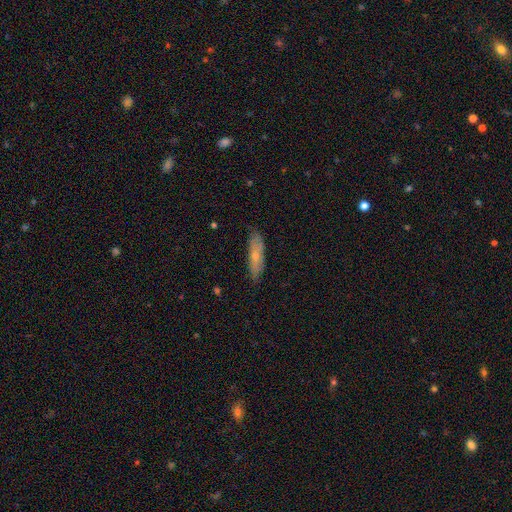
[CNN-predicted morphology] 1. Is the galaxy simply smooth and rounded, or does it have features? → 57% smooth, 36% featured or disk, 6% star or artifact.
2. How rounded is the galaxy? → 62% cigar-shaped, 35% in between, 2% round.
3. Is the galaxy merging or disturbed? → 78% none, 17% minor disturbance, 3% major disturbance, 1% merger.